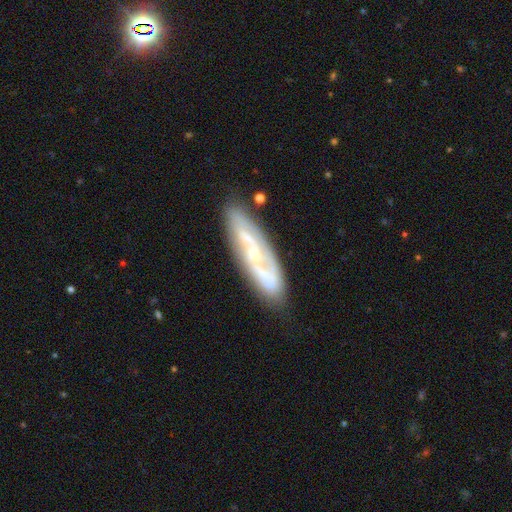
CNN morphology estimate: smooth-or-featured: featured or disk: 74% | smooth: 20% | star or artifact: 7%
  disk-edge-on: no: 78% | yes: 22%
    bar: no: 47% | weak: 34% | strong: 19%
    has-spiral-arms: yes: 78% | no: 22%
    bulge-size: small: 58% | moderate: 29% | none: 9% | large: 3% | dominant: 1%
  merging: none: 76% | minor disturbance: 15% | major disturbance: 5% | merger: 4%